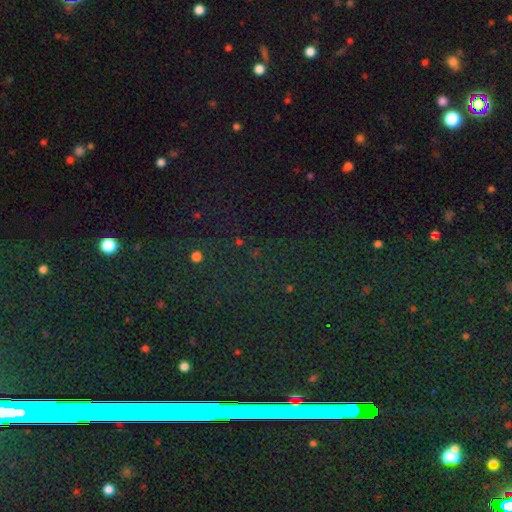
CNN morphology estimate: Smooth or featured? Predicted: star or artifact (p=0.77).